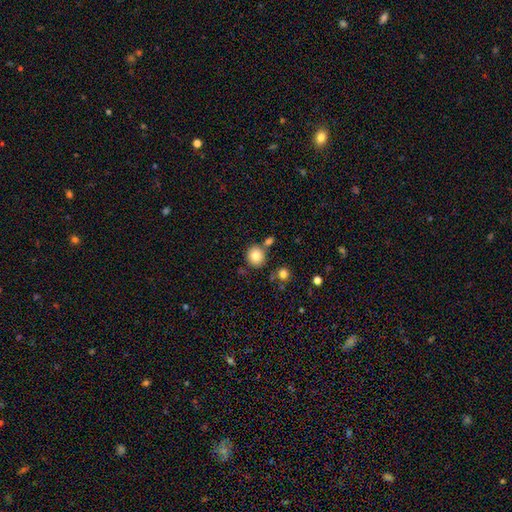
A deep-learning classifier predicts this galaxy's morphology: type=smooth (82%); roundness=round (87%); merging=none (75%).